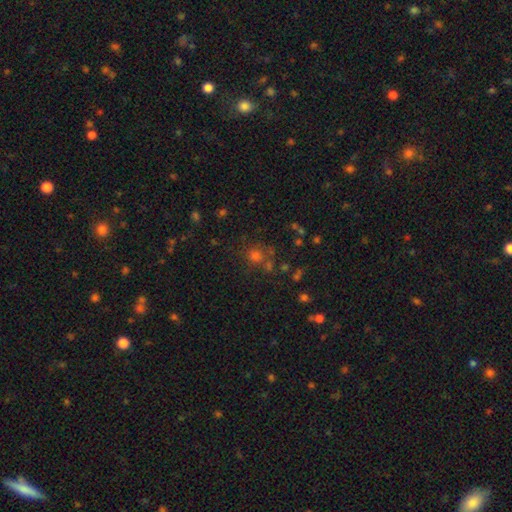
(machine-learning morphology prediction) The model was most divided on "smooth or featured": smooth: 58%, star or artifact: 31%, featured or disk: 11%. More confident: how rounded — round (87%); merging — none (65%).